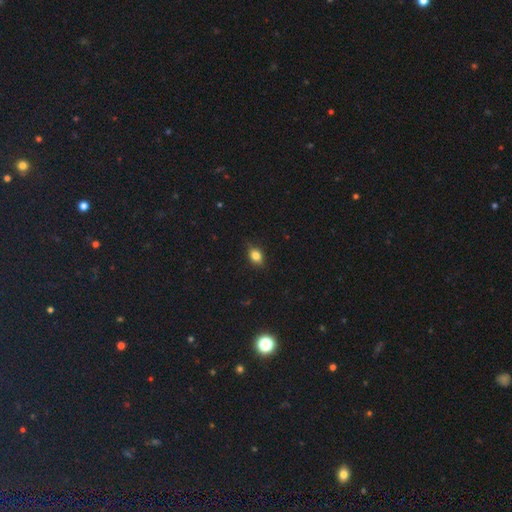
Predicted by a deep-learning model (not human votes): A smooth galaxy with no disk features (79%) that is in between round and cigar-shaped (71%).

Vote fractions:
- Smooth or featured? smooth: 79% / star or artifact: 11% / featured or disk: 10%
- How rounded? in between: 71% / round: 26% / cigar-shaped: 3%
- Merging? none: 81% / minor disturbance: 16% / major disturbance: 3% / merger: 1%